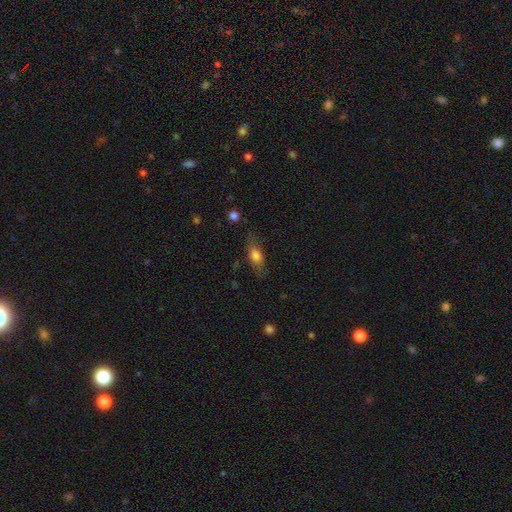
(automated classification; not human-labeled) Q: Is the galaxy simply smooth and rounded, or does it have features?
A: smooth — 66%.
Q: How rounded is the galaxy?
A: in between — 65%.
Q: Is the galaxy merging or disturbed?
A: none — 77%.